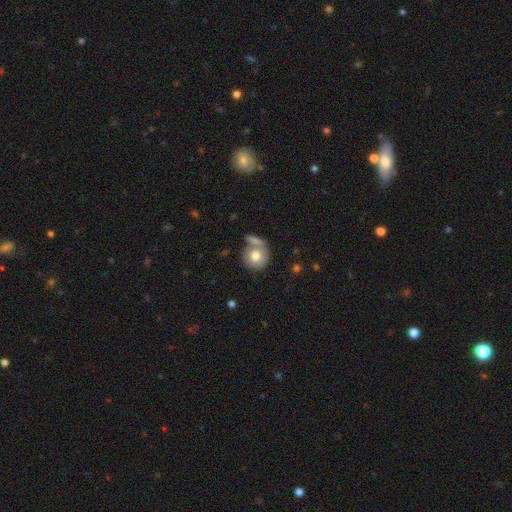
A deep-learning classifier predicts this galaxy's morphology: The model was most divided on "merging": none: 53%, merger: 28%, minor disturbance: 13%, major disturbance: 6%. More confident: how rounded — round (87%); smooth or featured — smooth (74%).